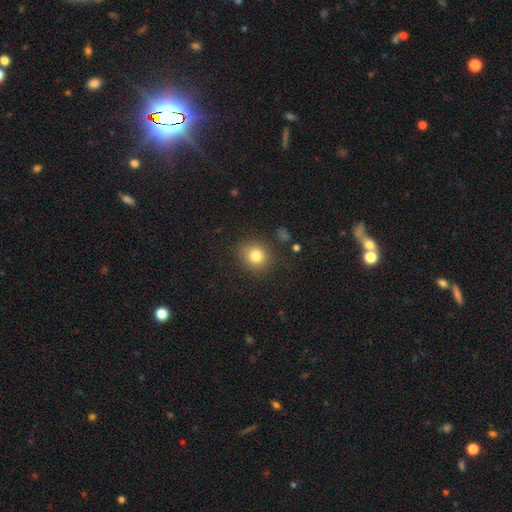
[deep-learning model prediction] This is clearly a smooth galaxy (80%). How rounded: likely round (78%). Merging: clearly none (84%).